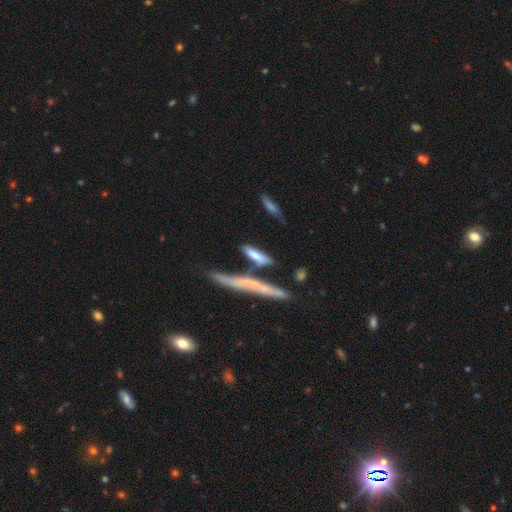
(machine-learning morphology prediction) A smooth galaxy with no disk features (58%) that is cigar-shaped (70%).

Vote fractions:
- Smooth or featured? smooth: 58% / featured or disk: 33% / star or artifact: 9%
- How rounded? cigar-shaped: 70% / in between: 27% / round: 3%
- Merging? none: 50% / merger: 24% / minor disturbance: 17% / major disturbance: 8%